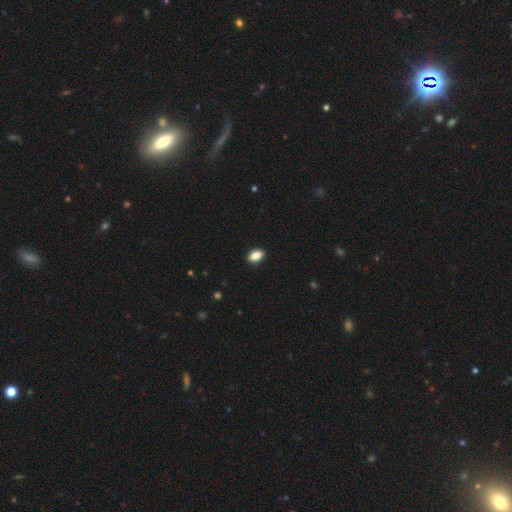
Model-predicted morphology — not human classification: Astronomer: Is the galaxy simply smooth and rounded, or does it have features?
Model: smooth — 88%.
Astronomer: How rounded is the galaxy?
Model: in between — 90%.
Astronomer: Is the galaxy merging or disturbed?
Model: none — 90%.